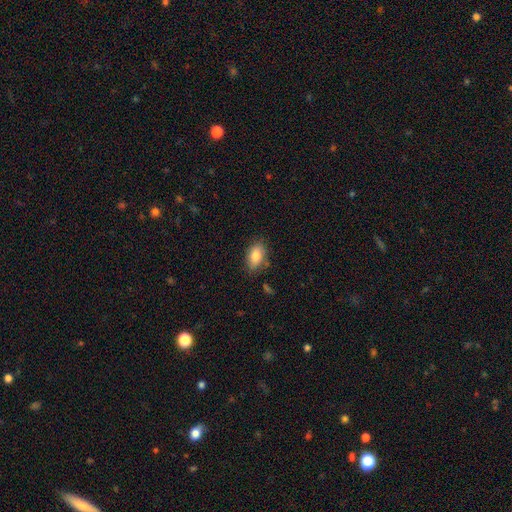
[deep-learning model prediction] A smooth galaxy with no disk features (82%) that is in between round and cigar-shaped (89%).

Vote fractions:
- Smooth or featured? smooth: 82% / featured or disk: 10% / star or artifact: 8%
- How rounded? in between: 89% / round: 8% / cigar-shaped: 3%
- Merging? none: 77% / minor disturbance: 17% / major disturbance: 3% / merger: 2%